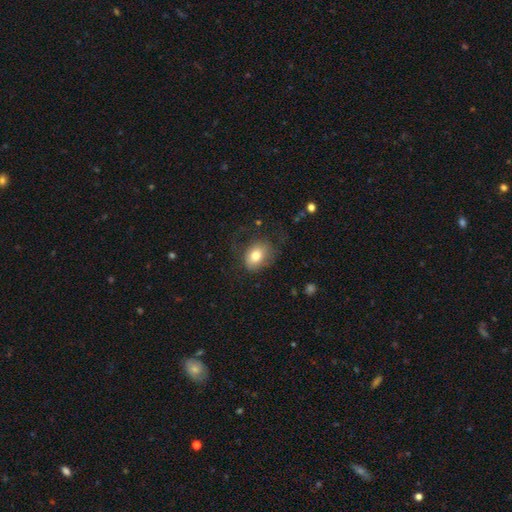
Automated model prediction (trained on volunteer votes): smooth 75%, featured or disk 16%, star or artifact 9%. Down the decision tree: how rounded — in between (65%); merging — none (59%).